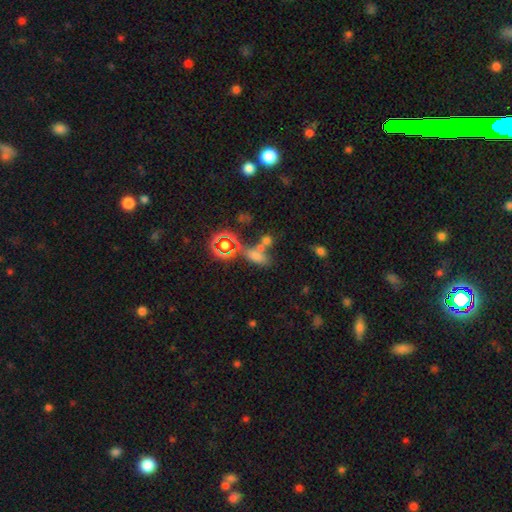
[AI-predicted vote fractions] Smooth or featured? Predicted: smooth (p=0.61). How rounded? Predicted: in between (p=0.64). Merging? Predicted: none (p=0.48).